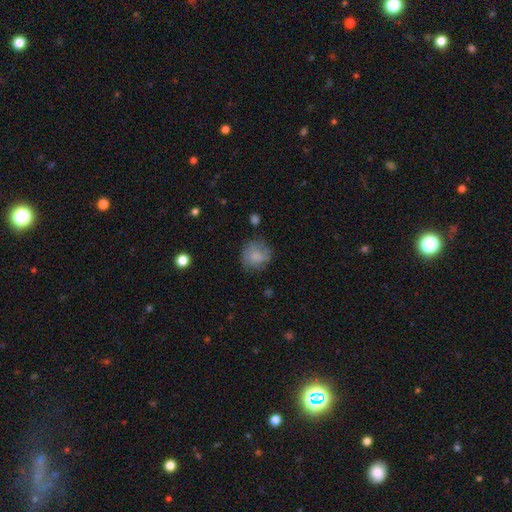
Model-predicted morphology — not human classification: A smooth galaxy with no disk features (73%) that is round (82%).

Vote fractions:
- Smooth or featured? smooth: 73% / featured or disk: 19% / star or artifact: 9%
- How rounded? round: 82% / in between: 17% / cigar-shaped: 1%
- Merging? none: 67% / minor disturbance: 22% / major disturbance: 9% / merger: 2%